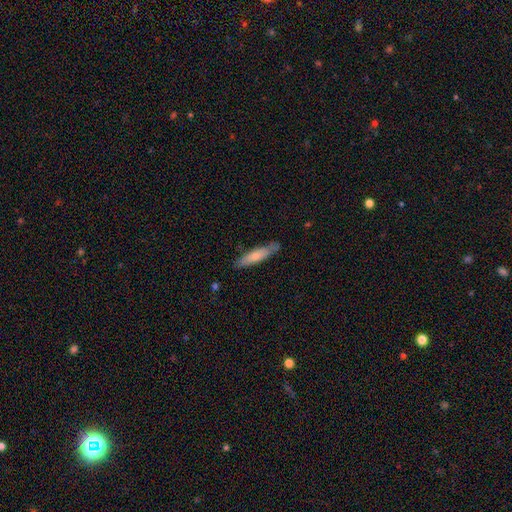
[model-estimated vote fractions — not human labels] Overall: smooth (69%). How rounded: cigar-shaped (79%). Merging: none (81%).